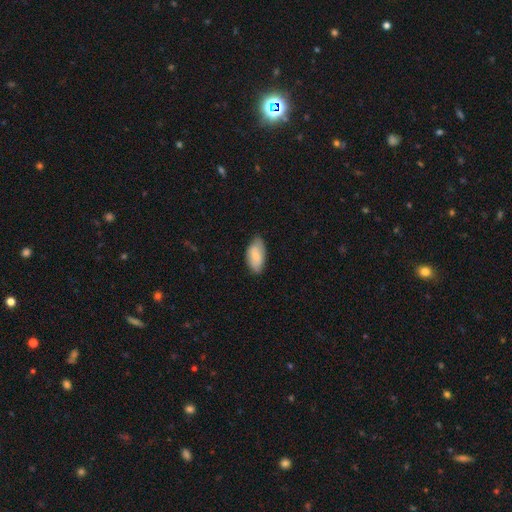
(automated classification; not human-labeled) smooth_or_featured: smooth (p=0.77) [alt: featured or disk p=0.18]
how_rounded: in between (p=0.94) [alt: cigar-shaped p=0.04]
merging: none (p=0.73) [alt: minor disturbance p=0.22]